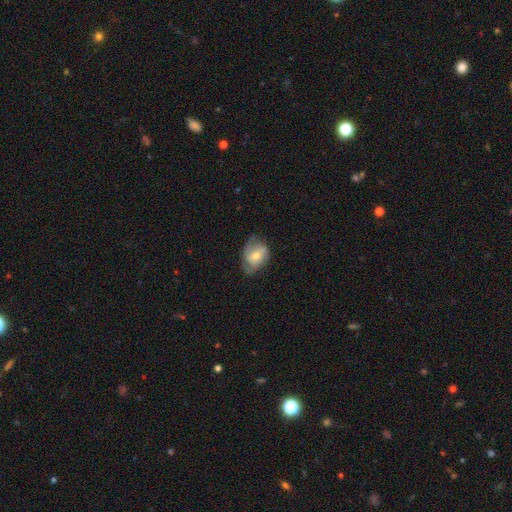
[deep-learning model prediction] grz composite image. It shows a featured or disk galaxy (51%). Merging: none (53%).